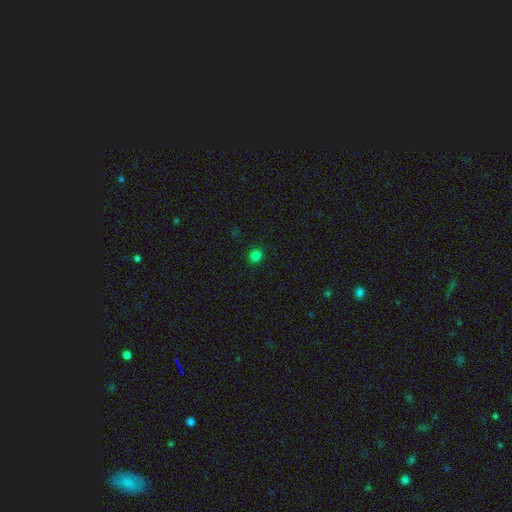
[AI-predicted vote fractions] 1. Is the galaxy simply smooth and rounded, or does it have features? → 80% smooth, 16% star or artifact, 4% featured or disk.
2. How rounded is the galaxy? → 79% round, 20% in between, 1% cigar-shaped.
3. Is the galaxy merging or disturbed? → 90% none, 7% minor disturbance, 2% major disturbance, 1% merger.